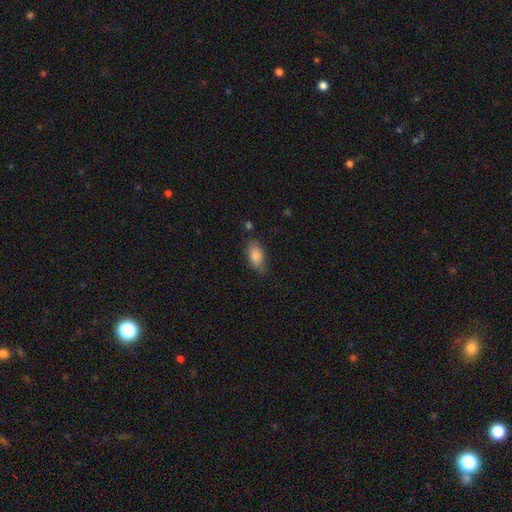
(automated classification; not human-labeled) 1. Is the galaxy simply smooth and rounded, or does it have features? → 85% smooth, 7% featured or disk, 7% star or artifact.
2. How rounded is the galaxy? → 89% in between, 7% cigar-shaped, 4% round.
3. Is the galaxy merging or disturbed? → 69% none, 23% minor disturbance, 6% major disturbance, 3% merger.